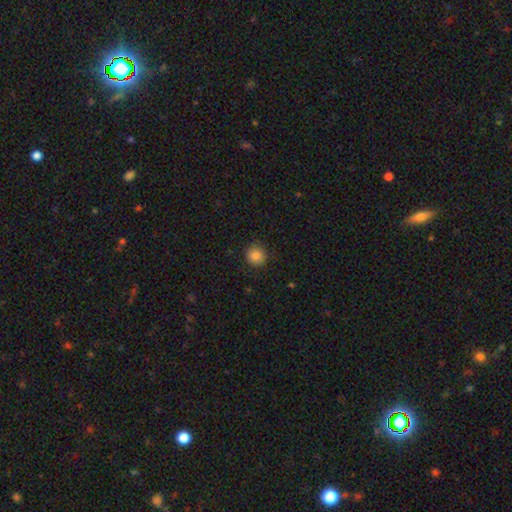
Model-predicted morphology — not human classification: Smooth or featured? Predicted: smooth (p=0.86). How rounded? Predicted: round (p=0.92). Merging? Predicted: none (p=0.88).